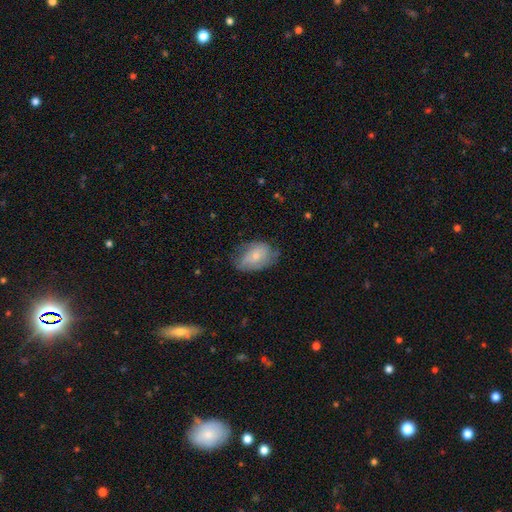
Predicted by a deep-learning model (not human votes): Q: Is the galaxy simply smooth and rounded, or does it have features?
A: smooth — 63%.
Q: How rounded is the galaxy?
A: in between — 84%.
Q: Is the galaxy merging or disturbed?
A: none — 56%.